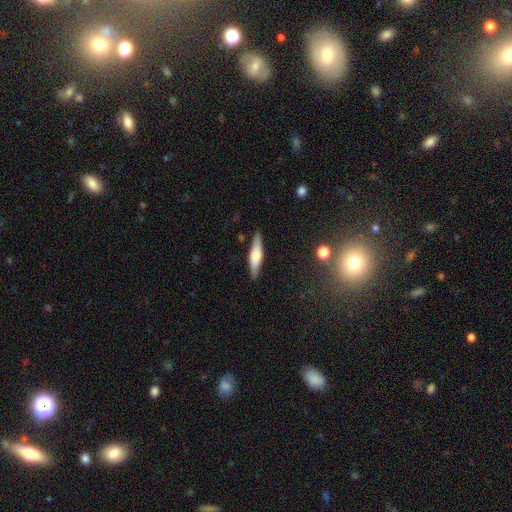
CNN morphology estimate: Overall: smooth (49%; featured or disk 45%). Merging: none (87%).